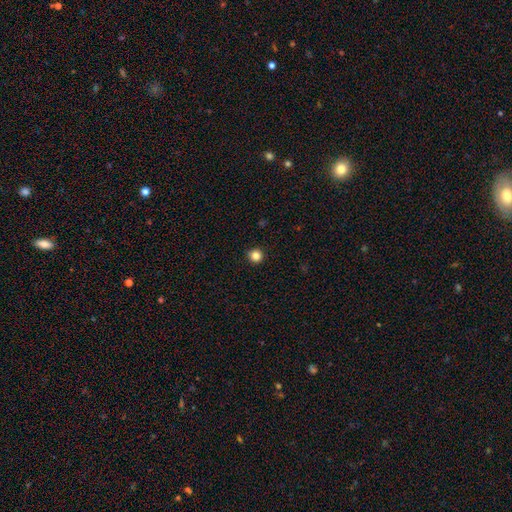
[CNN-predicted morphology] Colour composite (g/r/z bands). It shows a smooth galaxy with no disk features (83%) that is round (95%). Merging: none (93%).